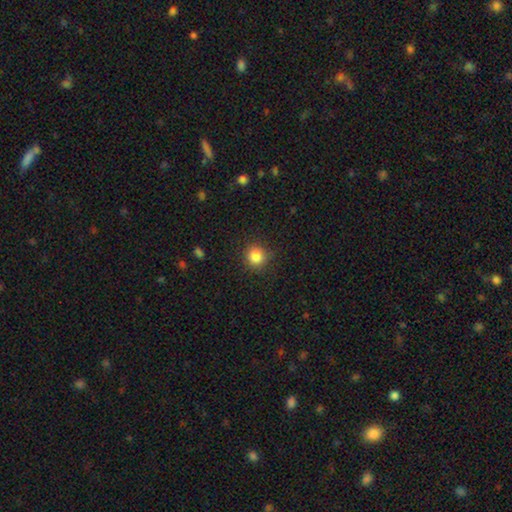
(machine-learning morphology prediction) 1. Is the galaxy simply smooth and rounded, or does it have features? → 85% smooth, 11% star or artifact, 4% featured or disk.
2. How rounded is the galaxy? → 92% round, 7% in between, 1% cigar-shaped.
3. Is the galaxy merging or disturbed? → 88% none, 8% minor disturbance, 3% major disturbance, 1% merger.